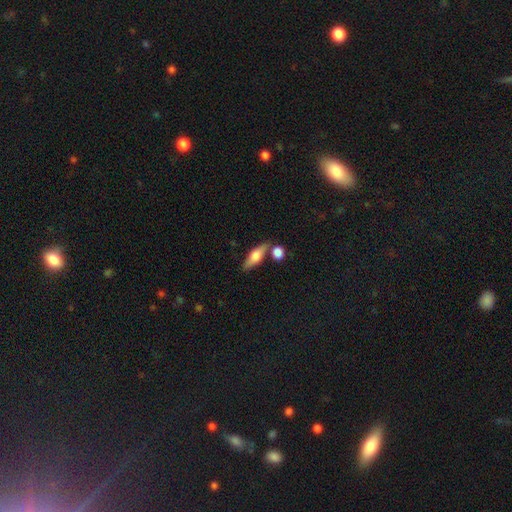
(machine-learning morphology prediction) This appears to be a smooth galaxy with no disk features (56%) that is in between round and cigar-shaped (55%). Merging: none (69%).